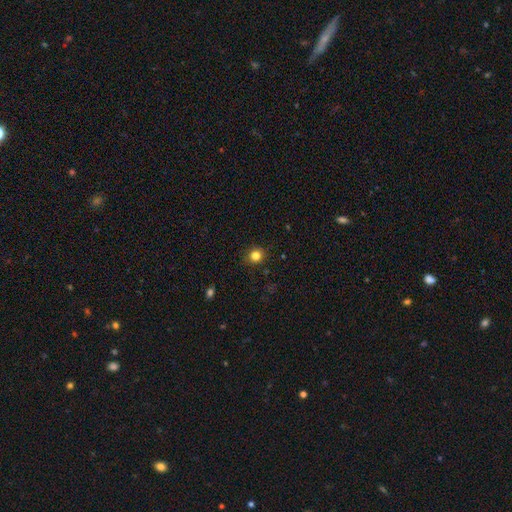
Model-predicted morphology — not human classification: Q: Smooth or featured?
A: smooth (81%); runner-up: star or artifact (14%)
Q: How rounded?
A: round (91%); runner-up: in between (8%)
Q: Merging?
A: none (91%); runner-up: minor disturbance (6%)